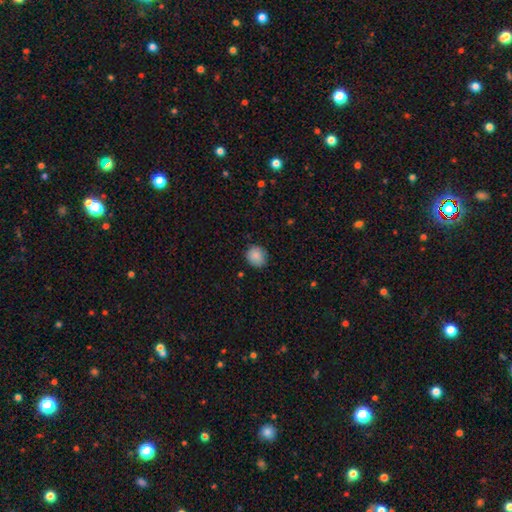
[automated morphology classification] This is clearly a smooth galaxy (87%). How rounded: likely round (78%). Merging: clearly none (82%).